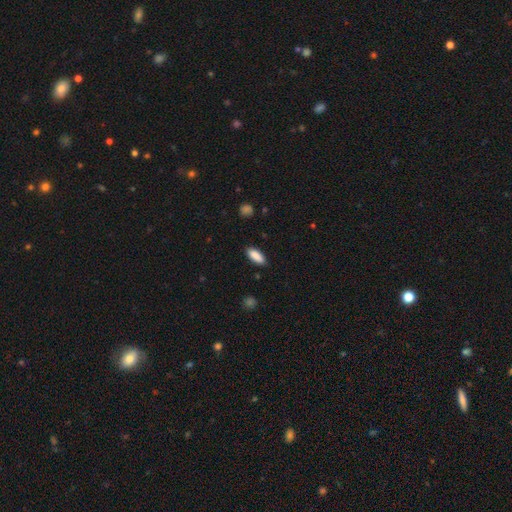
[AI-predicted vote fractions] Smooth or featured? Predicted: smooth (p=0.89). How rounded? Predicted: in between (p=0.76). Merging? Predicted: none (p=0.86).